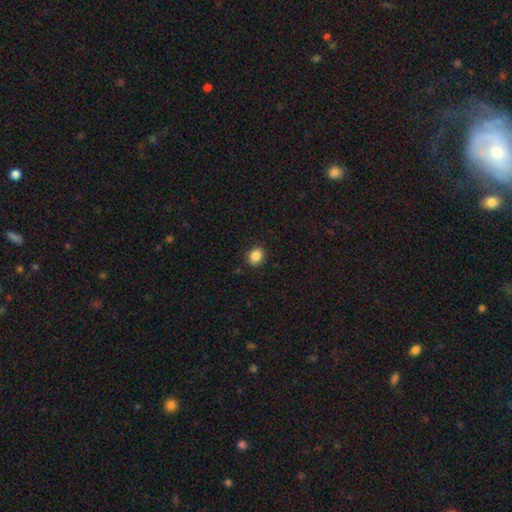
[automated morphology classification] Overall: smooth (87%). How rounded: round (58%; in between 41%). Merging: none (90%).